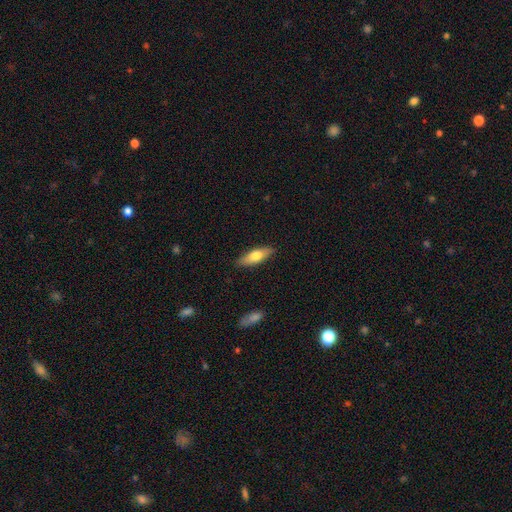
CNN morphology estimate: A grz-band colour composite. It shows a smooth galaxy with no disk features (67%) that is in between round and cigar-shaped (58%). Merging: none (87%).